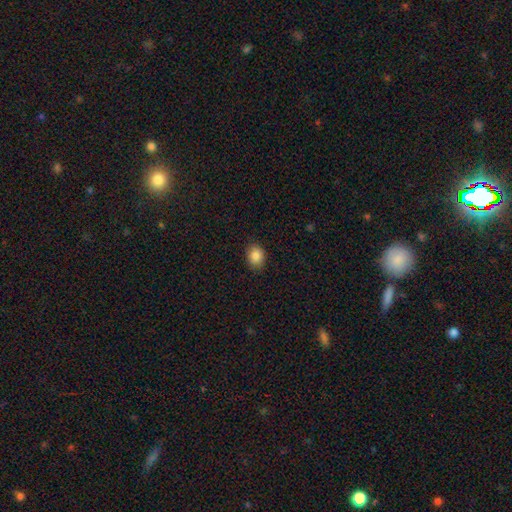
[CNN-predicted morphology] Smooth or featured: smooth — 87% (star or artifact — 9%)
How rounded: in between — 59% (round — 40%)
Merging: none — 87% (minor disturbance — 10%)